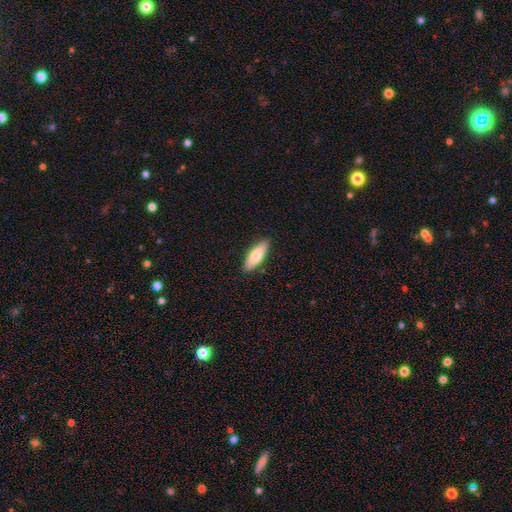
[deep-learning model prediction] A smooth galaxy with no disk features (72%) that is in between round and cigar-shaped (54%). Merging: none (89%).